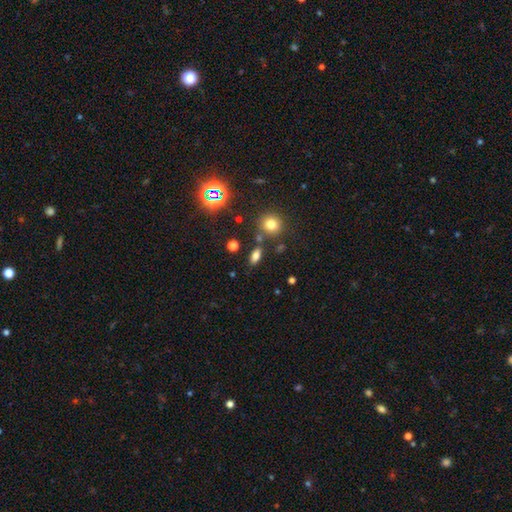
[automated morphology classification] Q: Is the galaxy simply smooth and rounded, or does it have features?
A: smooth — 71%.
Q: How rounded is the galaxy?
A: in between — 75%.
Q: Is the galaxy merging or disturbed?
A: none — 78%.